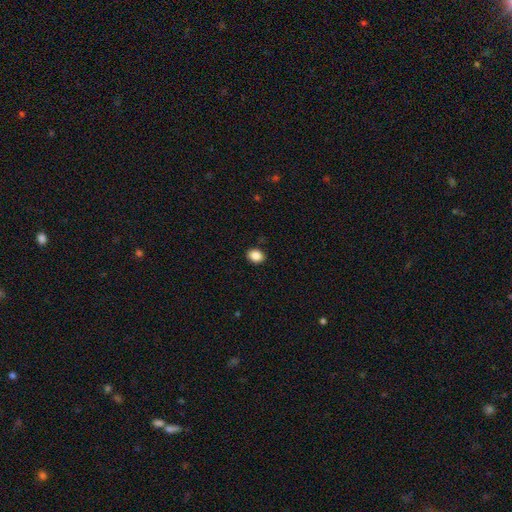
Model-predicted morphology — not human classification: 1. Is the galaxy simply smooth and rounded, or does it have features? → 87% smooth, 9% star or artifact, 4% featured or disk.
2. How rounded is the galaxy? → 58% in between, 41% round, 1% cigar-shaped.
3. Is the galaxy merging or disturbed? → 90% none, 7% minor disturbance, 2% major disturbance, 1% merger.